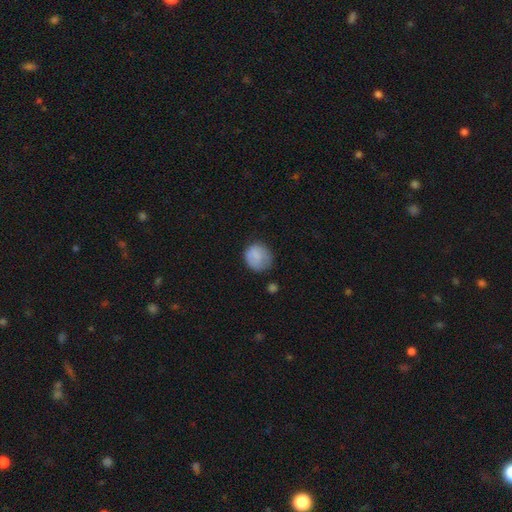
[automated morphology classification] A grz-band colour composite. It shows a smooth galaxy with no disk features (82%) that is round (78%). Merging: none (63%).